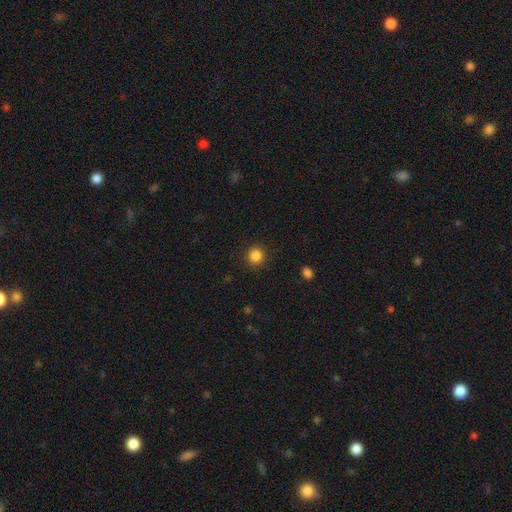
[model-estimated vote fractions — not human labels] Morphology: type=smooth (86%); roundness=round (94%); merging=none (91%).